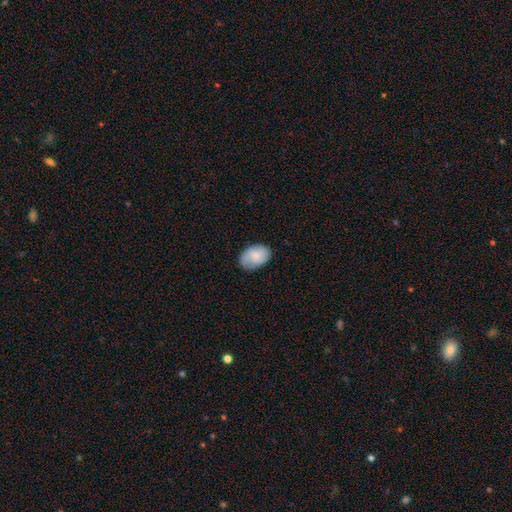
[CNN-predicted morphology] This is likely a smooth galaxy (78%). How rounded: clearly in between (85%). Merging: likely none (75%).